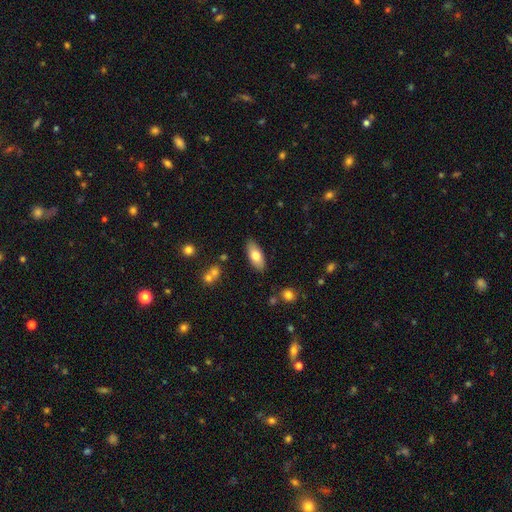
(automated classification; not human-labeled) smooth-or-featured: smooth: 74% | featured or disk: 20% | star or artifact: 6%
  how-rounded: in between: 84% | cigar-shaped: 13% | round: 2%
  merging: none: 85% | minor disturbance: 10% | major disturbance: 2% | merger: 2%